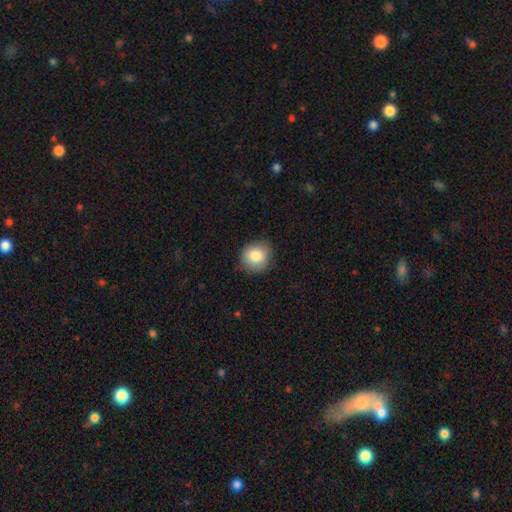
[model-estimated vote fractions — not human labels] This is clearly a smooth galaxy (83%). How rounded: clearly round (83%). Merging: clearly none (84%).